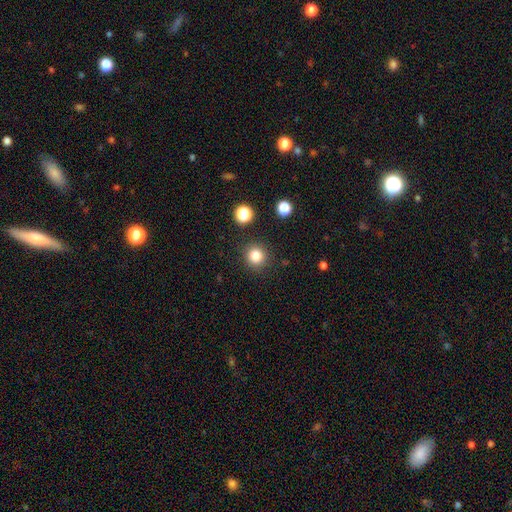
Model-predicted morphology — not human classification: smooth 82%, star or artifact 12%, featured or disk 5%. Down the decision tree: how rounded — round (93%); merging — none (89%).